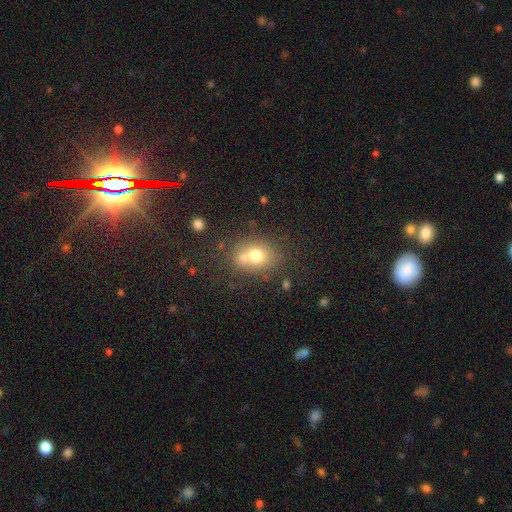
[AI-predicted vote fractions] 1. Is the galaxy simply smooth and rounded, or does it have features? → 70% smooth, 19% featured or disk, 12% star or artifact.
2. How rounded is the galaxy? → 50% in between, 49% round, 1% cigar-shaped.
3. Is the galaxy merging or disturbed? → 46% none, 36% merger, 13% minor disturbance, 5% major disturbance.